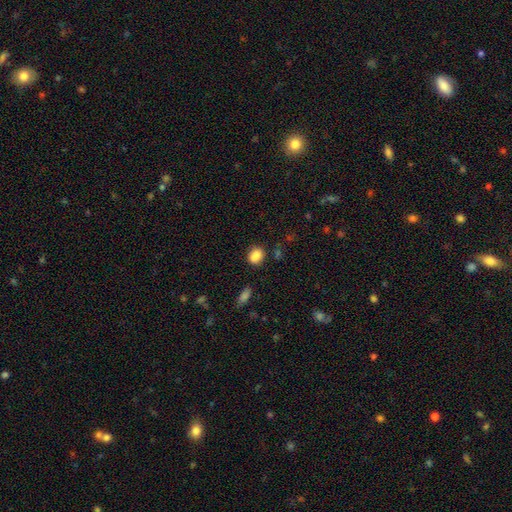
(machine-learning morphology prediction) smooth 85%, star or artifact 10%, featured or disk 5%. Down the decision tree: how rounded — round (55%); merging — none (72%).